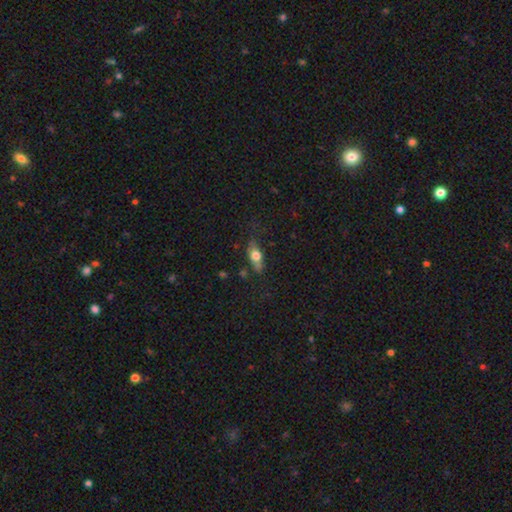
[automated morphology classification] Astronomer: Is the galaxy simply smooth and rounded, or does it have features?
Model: smooth — 64%.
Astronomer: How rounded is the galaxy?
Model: in between — 72%.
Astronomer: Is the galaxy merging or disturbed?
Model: none — 66%.